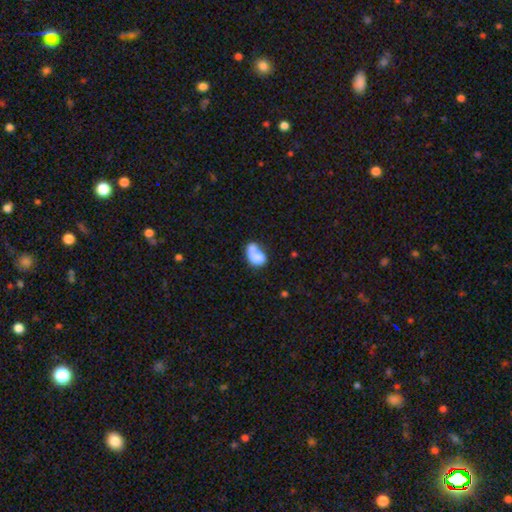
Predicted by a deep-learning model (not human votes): A smooth galaxy with no disk features (72%) that is in between round and cigar-shaped (85%).

Vote fractions:
- Smooth or featured? smooth: 72% / featured or disk: 21% / star or artifact: 8%
- How rounded? in between: 85% / round: 11% / cigar-shaped: 4%
- Merging? none: 30% / merger: 27% / major disturbance: 23% / minor disturbance: 20%